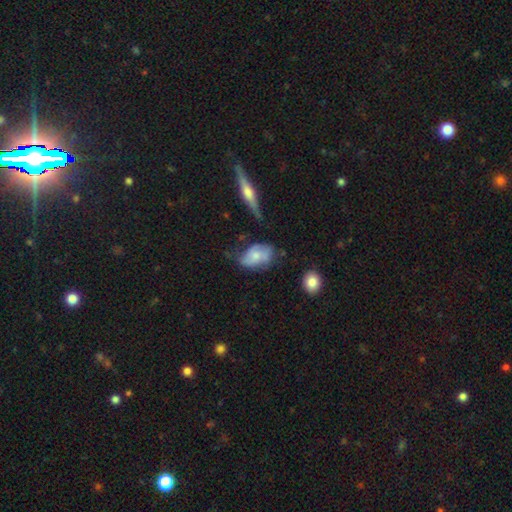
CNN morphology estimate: Q: Smooth or featured?
A: featured or disk (48%); runner-up: smooth (45%)
Q: Merging?
A: none (40%); runner-up: minor disturbance (35%)